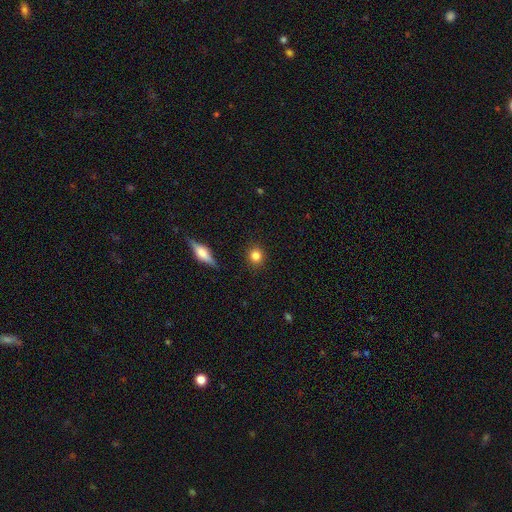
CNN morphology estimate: type=smooth (83%); roundness=round (84%); merging=none (89%).